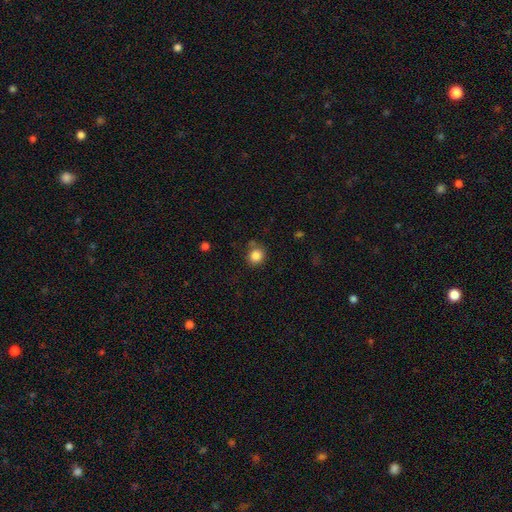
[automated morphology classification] smooth_or_featured: smooth (p=0.85) [alt: star or artifact p=0.10]
how_rounded: round (p=0.82) [alt: in between p=0.18]
merging: none (p=0.75) [alt: minor disturbance p=0.14]